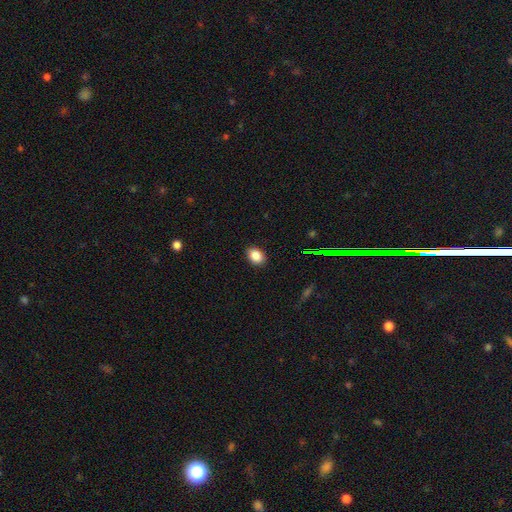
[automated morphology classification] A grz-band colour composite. It shows a smooth galaxy with no disk features (86%) that is in between round and cigar-shaped (64%). Merging: none (88%).